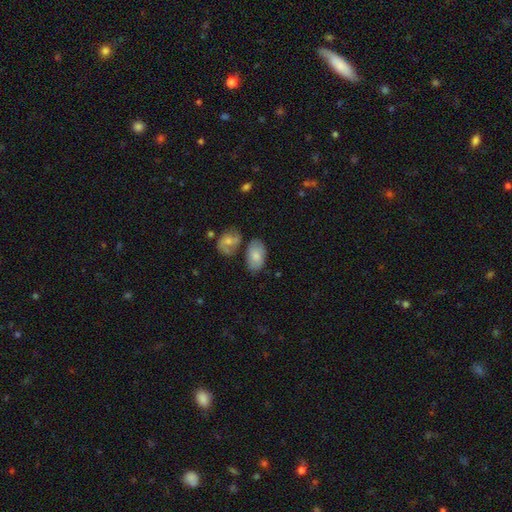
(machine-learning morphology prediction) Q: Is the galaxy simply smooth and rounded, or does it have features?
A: smooth — 76%.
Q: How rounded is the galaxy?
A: in between — 92%.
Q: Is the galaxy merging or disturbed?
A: none — 56%.